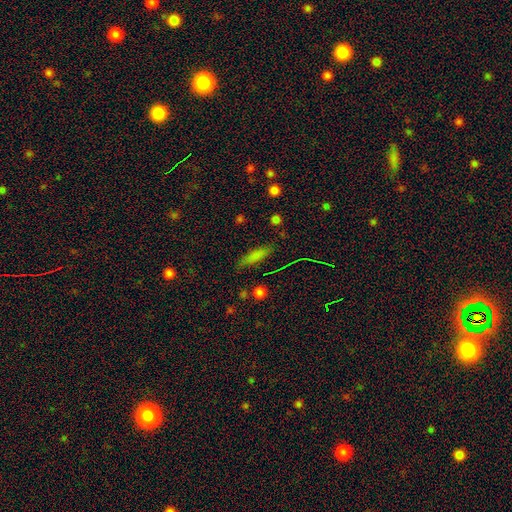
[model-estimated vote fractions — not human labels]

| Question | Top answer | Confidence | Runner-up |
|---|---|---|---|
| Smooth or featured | smooth | 70% | featured or disk (15%) |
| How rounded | cigar-shaped | 57% | in between (40%) |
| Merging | none | 76% | minor disturbance (16%) |